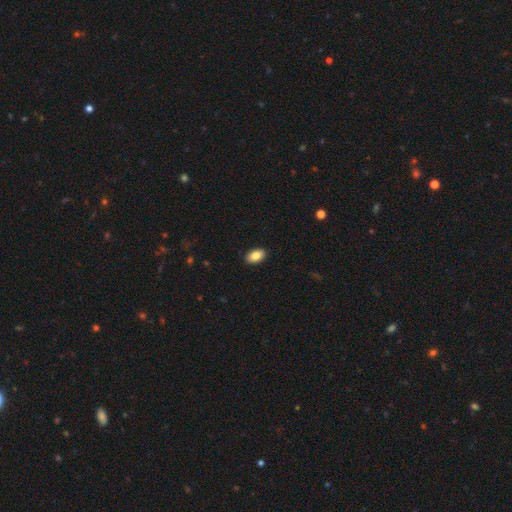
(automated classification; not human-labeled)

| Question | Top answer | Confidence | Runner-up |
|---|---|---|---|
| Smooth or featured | smooth | 86% | star or artifact (7%) |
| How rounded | in between | 92% | round (7%) |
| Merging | none | 91% | minor disturbance (7%) |